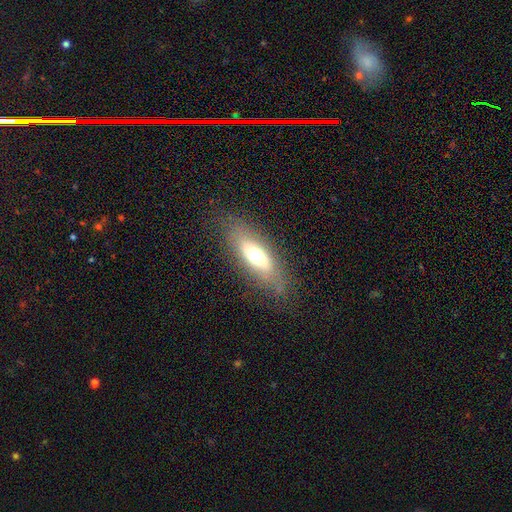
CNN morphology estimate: smooth 55%, featured or disk 37%, star or artifact 8%. Down the decision tree: how rounded — in between (64%); merging — none (76%).